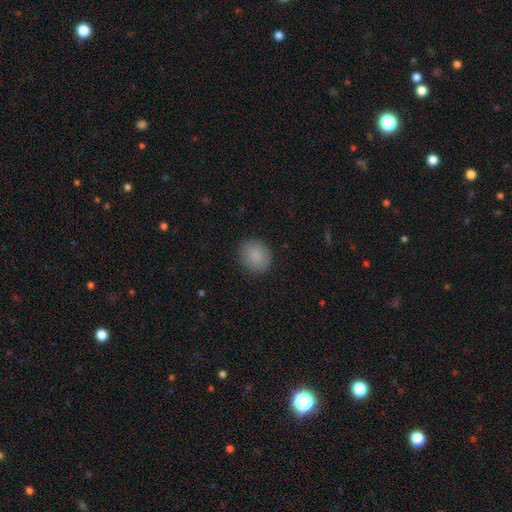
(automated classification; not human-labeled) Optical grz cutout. It shows a smooth galaxy with no disk features (87%) that is round (73%). Merging: none (89%).